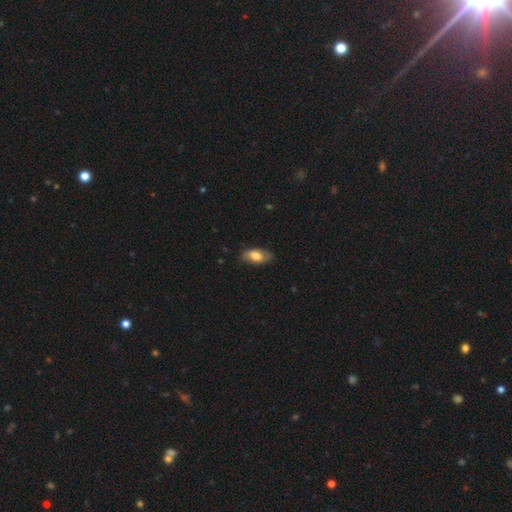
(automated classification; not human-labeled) smooth-or-featured: smooth: 75% | featured or disk: 19% | star or artifact: 6%
  how-rounded: in between: 90% | cigar-shaped: 6% | round: 4%
  merging: none: 79% | minor disturbance: 17% | major disturbance: 3% | merger: 1%